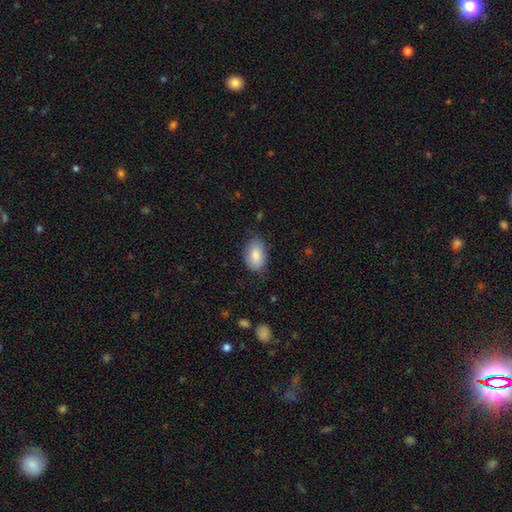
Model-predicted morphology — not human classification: Smooth or featured: smooth — 87% (featured or disk — 7%)
How rounded: in between — 92% (round — 7%)
Merging: none — 75% (minor disturbance — 19%)